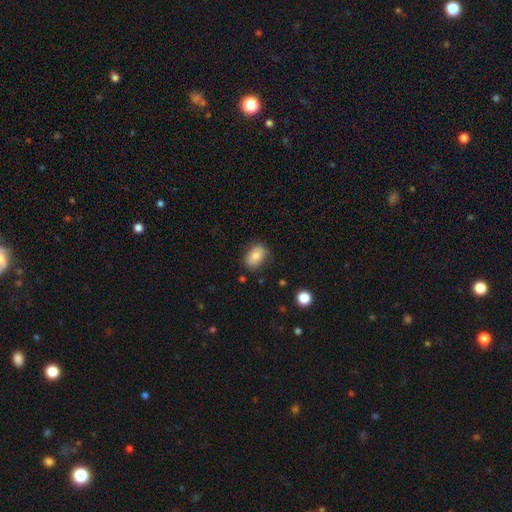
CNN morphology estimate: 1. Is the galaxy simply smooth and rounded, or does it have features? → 81% smooth, 11% featured or disk, 8% star or artifact.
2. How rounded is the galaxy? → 83% in between, 15% round, 1% cigar-shaped.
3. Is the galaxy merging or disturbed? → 79% none, 16% minor disturbance, 3% major disturbance, 2% merger.